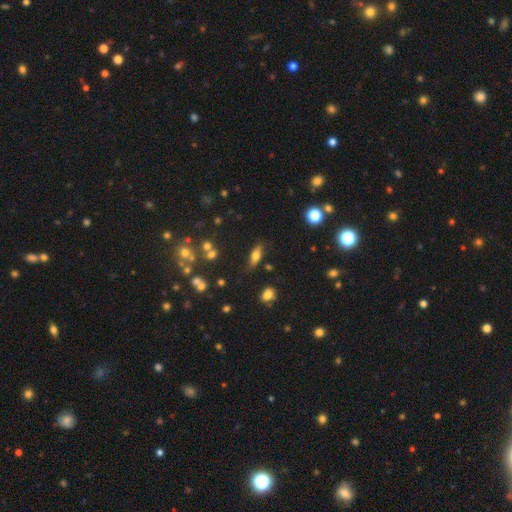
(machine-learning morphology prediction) This is likely a smooth galaxy (64%). How rounded: likely in between (67%). Merging: likely none (73%).